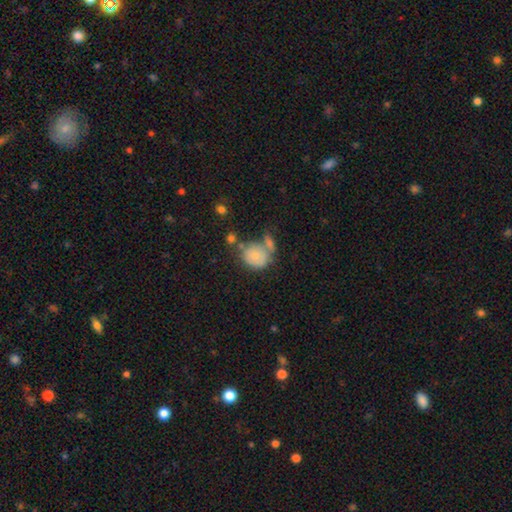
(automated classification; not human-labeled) This is likely a smooth galaxy (73%). How rounded: likely round (71%). Merging: marginally none (40%).